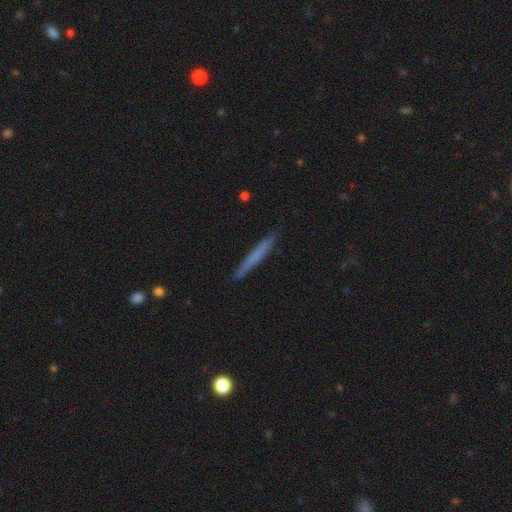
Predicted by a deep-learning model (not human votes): smooth 63%, featured or disk 31%, star or artifact 6%. Down the decision tree: how rounded — cigar-shaped (97%); merging — none (90%).